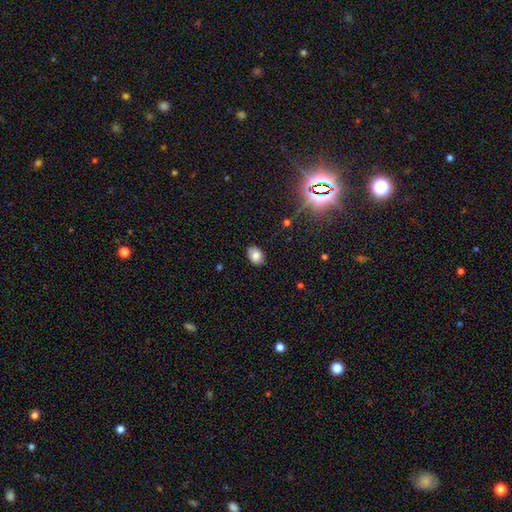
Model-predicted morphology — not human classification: smooth_or_featured: smooth (p=0.81) [alt: star or artifact p=0.10]
how_rounded: in between (p=0.78) [alt: round p=0.21]
merging: none (p=0.84) [alt: minor disturbance p=0.12]